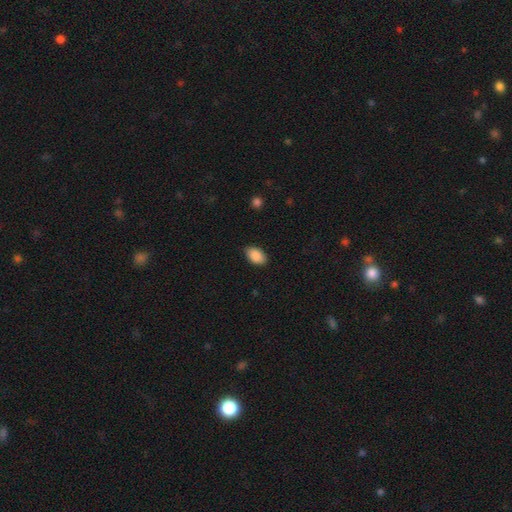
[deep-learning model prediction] Smooth or featured? Predicted: smooth (p=0.89). How rounded? Predicted: in between (p=0.93). Merging? Predicted: none (p=0.85).